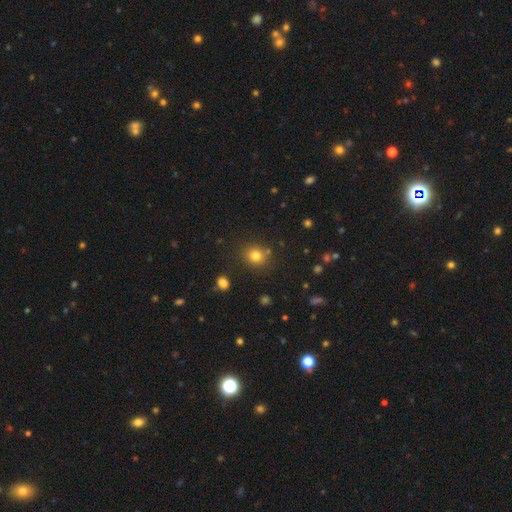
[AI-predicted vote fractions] A smooth galaxy with no disk features (79%) that is round (77%).

Vote fractions:
- Smooth or featured? smooth: 79% / star or artifact: 14% / featured or disk: 7%
- How rounded? round: 77% / in between: 22% / cigar-shaped: 1%
- Merging? none: 80% / minor disturbance: 10% / merger: 6% / major disturbance: 3%